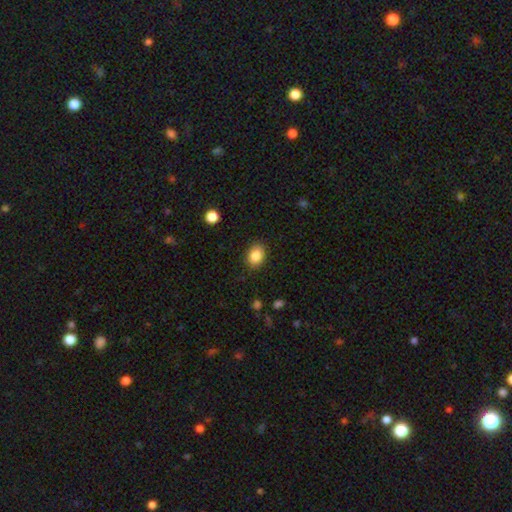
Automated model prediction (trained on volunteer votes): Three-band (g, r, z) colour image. It shows a smooth galaxy with no disk features (86%) that is in between round and cigar-shaped (67%). Merging: none (87%).